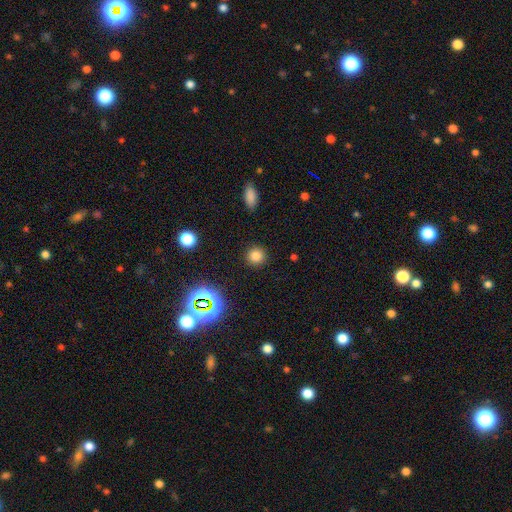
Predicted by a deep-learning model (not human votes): Overall: smooth (78%). How rounded: round (92%). Merging: none (91%).